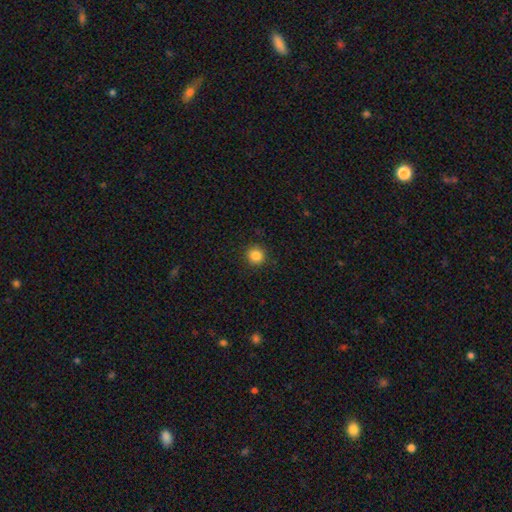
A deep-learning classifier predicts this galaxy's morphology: Smooth or featured?
  - smooth: 85% *
  - star or artifact: 11%
  - featured or disk: 4%
How rounded?
  - round: 94% *
  - in between: 5%
  - cigar-shaped: 1%
Merging?
  - none: 91% *
  - minor disturbance: 6%
  - major disturbance: 2%
  - merger: 1%